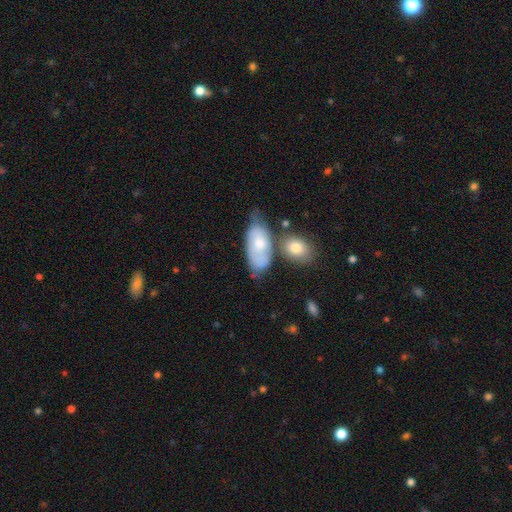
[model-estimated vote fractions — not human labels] smooth_or_featured: smooth (p=0.63) [alt: featured or disk p=0.31]
how_rounded: in between (p=0.91) [alt: round p=0.05]
merging: none (p=0.36) [alt: merger p=0.30]